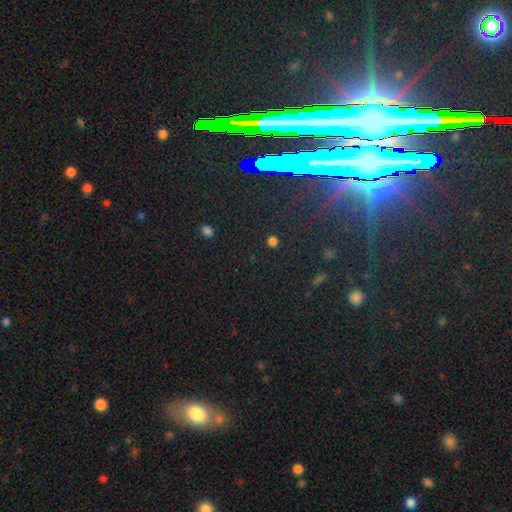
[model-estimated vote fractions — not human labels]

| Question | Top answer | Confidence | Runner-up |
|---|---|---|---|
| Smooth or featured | star or artifact | 72% | featured or disk (17%) |